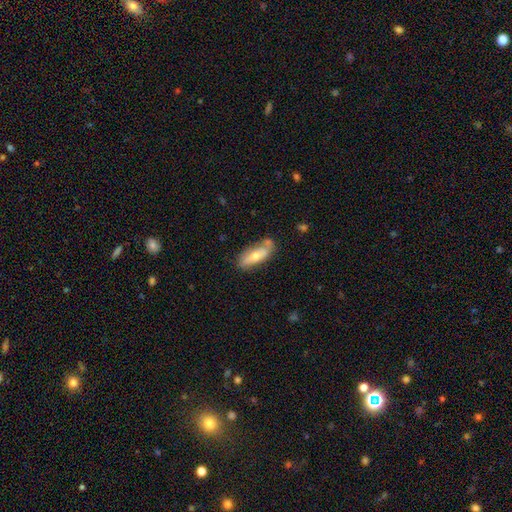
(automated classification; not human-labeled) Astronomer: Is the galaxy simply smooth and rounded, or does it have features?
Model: smooth — 56% (runner-up: featured or disk, 38%).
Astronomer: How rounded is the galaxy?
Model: in between — 69%.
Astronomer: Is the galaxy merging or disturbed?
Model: none — 60%.